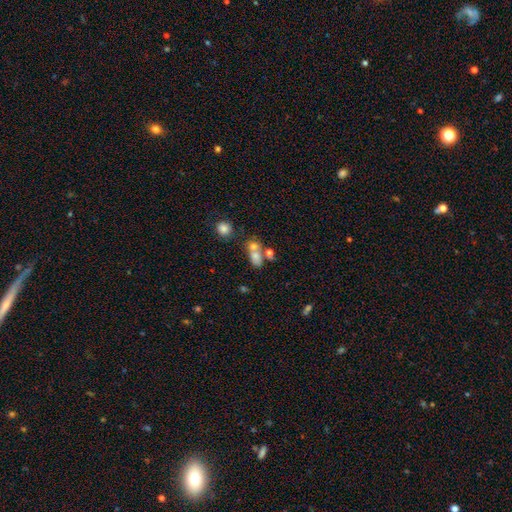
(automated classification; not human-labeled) smooth_or_featured: smooth (p=0.67) [alt: featured or disk p=0.18]
how_rounded: in between (p=0.64) [alt: round p=0.32]
merging: merger (p=0.52) [alt: none p=0.30]